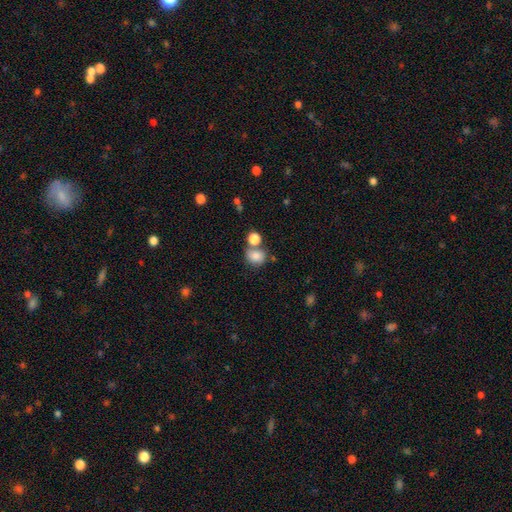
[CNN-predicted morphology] Smooth or featured? Predicted: smooth (p=0.81). How rounded? Predicted: round (p=0.69). Merging? Predicted: none (p=0.50).